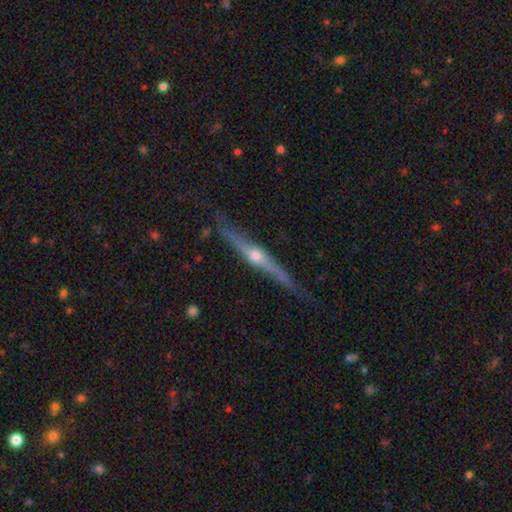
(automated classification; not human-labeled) A featured or disk galaxy (79%) viewed edge-on (97%) with a rounded central bulge (92%).

Vote fractions:
- Smooth or featured? featured or disk: 79% / smooth: 15% / star or artifact: 6%
- Edge-on disk? yes: 97% / no: 3%
- Edge-on bulge? rounded: 92% / none: 5% / boxy: 3%
- Merging? none: 83% / minor disturbance: 13% / major disturbance: 2% / merger: 1%